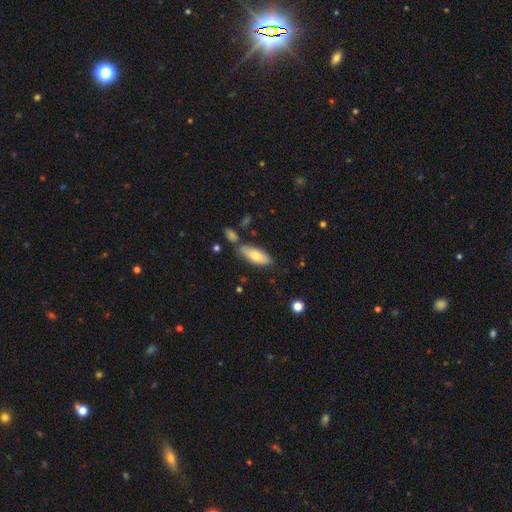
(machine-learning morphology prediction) smooth 71%, featured or disk 23%, star or artifact 6%. Down the decision tree: how rounded — in between (80%); merging — none (74%).